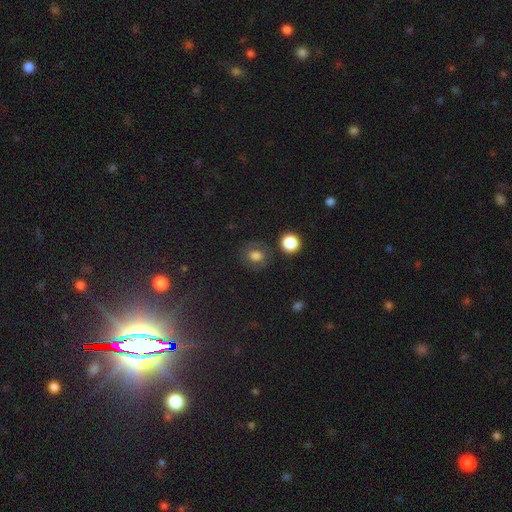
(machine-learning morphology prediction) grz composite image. It shows a smooth galaxy with no disk features (70%) that is round (71%). Merging: none (76%).